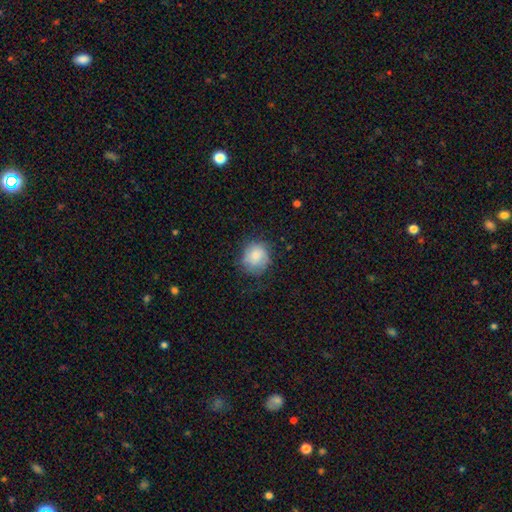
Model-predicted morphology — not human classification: A smooth galaxy with no disk features (73%) that is round (84%). Merging: none (60%).